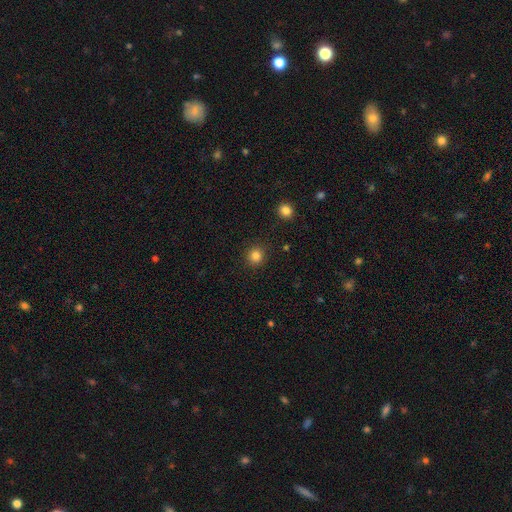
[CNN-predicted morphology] Q: Smooth or featured?
A: smooth (83%); runner-up: star or artifact (12%)
Q: How rounded?
A: round (92%); runner-up: in between (7%)
Q: Merging?
A: none (91%); runner-up: minor disturbance (6%)